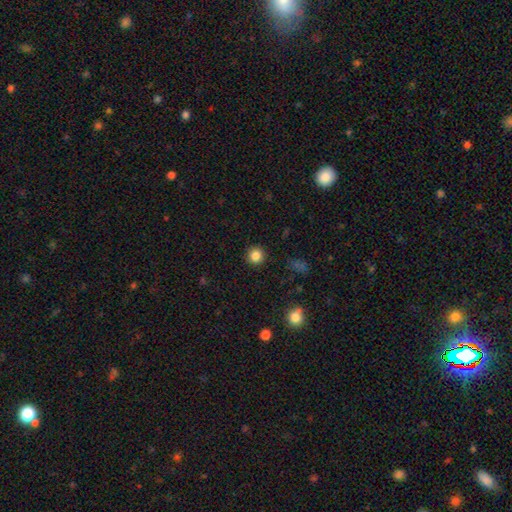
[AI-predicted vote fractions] The model was most divided on "smooth or featured": smooth: 85%, star or artifact: 11%, featured or disk: 5%. More confident: how rounded — round (94%); merging — none (92%).